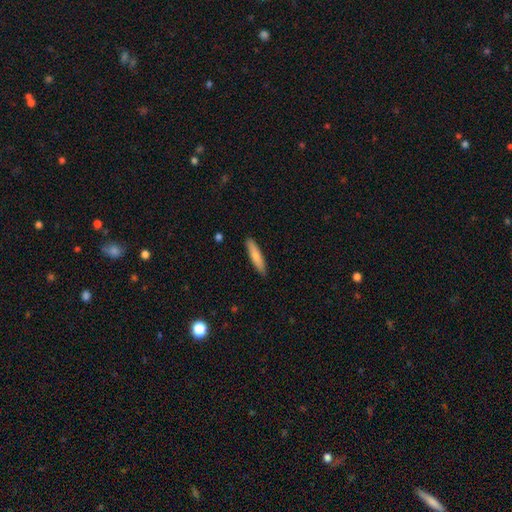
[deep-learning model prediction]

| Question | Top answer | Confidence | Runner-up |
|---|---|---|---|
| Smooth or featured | smooth | 79% | featured or disk (16%) |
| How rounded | cigar-shaped | 84% | in between (15%) |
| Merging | none | 88% | minor disturbance (9%) |